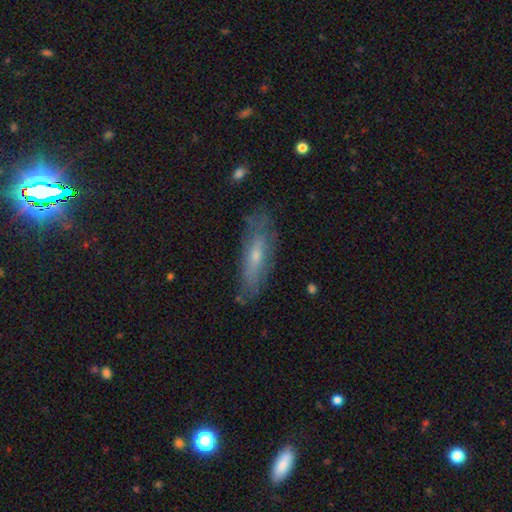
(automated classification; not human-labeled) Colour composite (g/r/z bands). It shows a featured or disk galaxy (48%). Merging: none (76%).